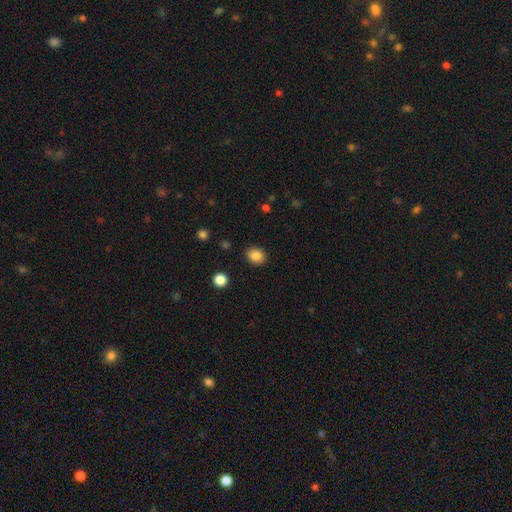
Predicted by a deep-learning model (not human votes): Smooth or featured: smooth — 85% (star or artifact — 10%)
How rounded: round — 52% (in between — 47%)
Merging: none — 89% (minor disturbance — 8%)